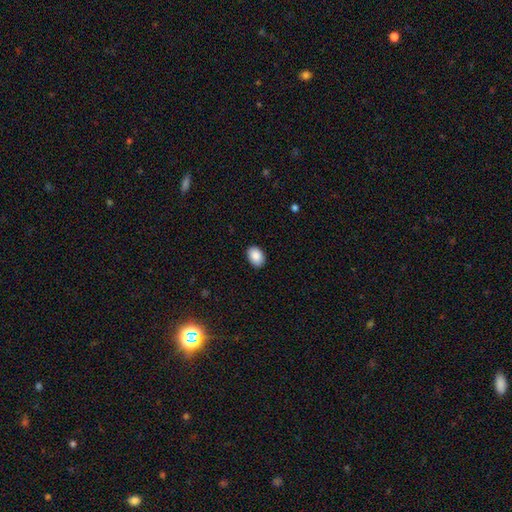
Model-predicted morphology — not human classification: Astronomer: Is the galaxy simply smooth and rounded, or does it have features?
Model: smooth — 89%.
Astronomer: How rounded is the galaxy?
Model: in between — 82%.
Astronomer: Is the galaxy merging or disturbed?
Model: none — 88%.